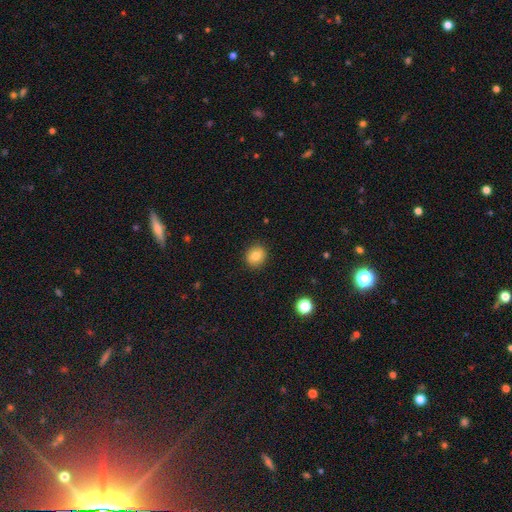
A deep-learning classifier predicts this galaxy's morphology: A smooth galaxy with no disk features (82%) that is round (77%).

Vote fractions:
- Smooth or featured? smooth: 82% / star or artifact: 10% / featured or disk: 9%
- How rounded? round: 77% / in between: 22% / cigar-shaped: 1%
- Merging? none: 90% / minor disturbance: 7% / major disturbance: 2% / merger: 1%